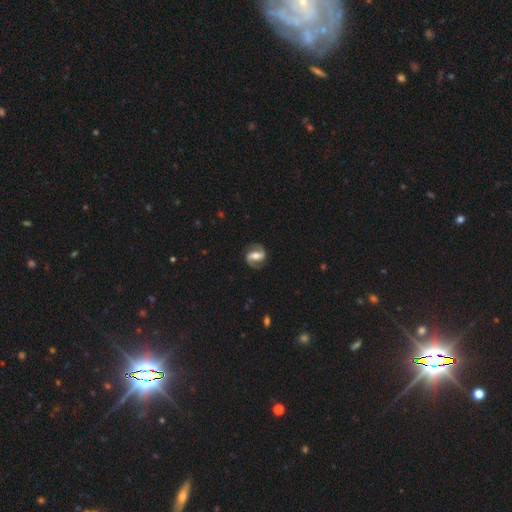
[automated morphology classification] Smooth or featured: featured or disk — 87% (smooth — 8%)
Edge-on disk: no — 97% (yes — 3%)
Bar: strong — 47% (weak — 36%)
Spiral arms: yes — 96% (no — 4%)
Spiral winding: medium — 51% (loose — 30%)
Spiral arm count: 2 — 94% (can't tell — 2%)
Bulge size: moderate — 63% (small — 20%)
Merging: none — 85% (minor disturbance — 10%)